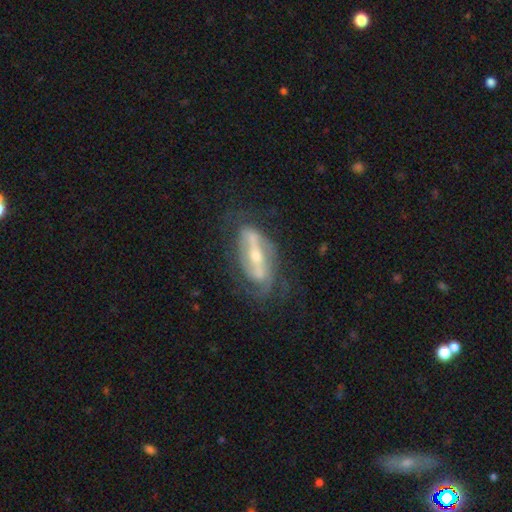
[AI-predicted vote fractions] Q: Smooth or featured?
A: featured or disk (83%); runner-up: smooth (11%)
Q: Edge-on disk?
A: no (85%); runner-up: yes (15%)
Q: Bar?
A: strong (62%); runner-up: weak (23%)
Q: Spiral arms?
A: yes (83%); runner-up: no (17%)
Q: Spiral winding?
A: tight (40%); runner-up: medium (38%)
Q: Spiral arm count?
A: 2 (60%); runner-up: can't tell (23%)
Q: Bulge size?
A: moderate (51%); runner-up: small (44%)
Q: Merging?
A: none (64%); runner-up: minor disturbance (20%)